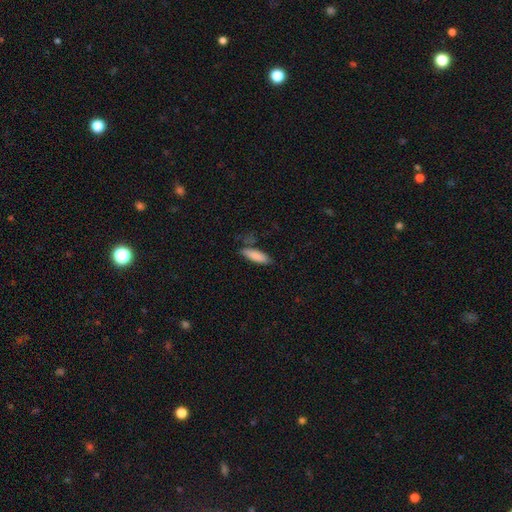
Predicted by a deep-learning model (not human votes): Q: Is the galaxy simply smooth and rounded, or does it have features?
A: smooth — 86%.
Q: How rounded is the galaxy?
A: cigar-shaped — 50%.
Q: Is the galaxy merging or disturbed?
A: none — 75%.